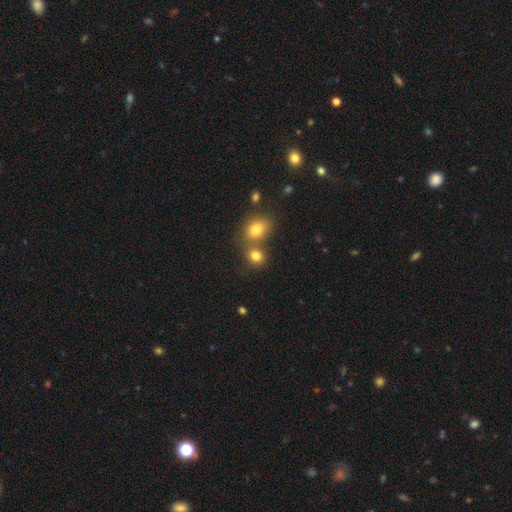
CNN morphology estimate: Smooth or featured: smooth — 80% (star or artifact — 12%)
How rounded: round — 65% (in between — 34%)
Merging: none — 50% (merger — 38%)